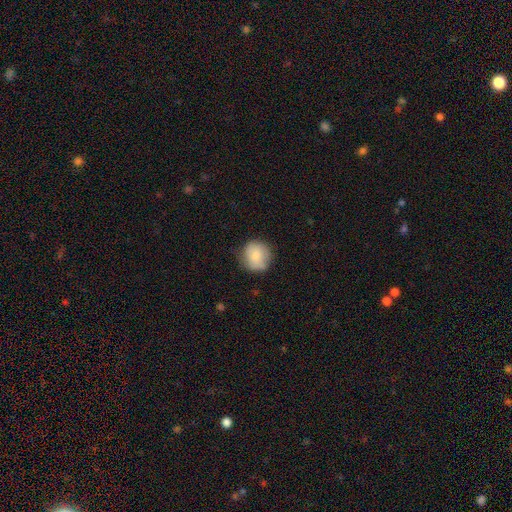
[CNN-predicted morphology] Smooth or featured? smooth (81%)
How rounded? round (89%)
Merging? none (73%)